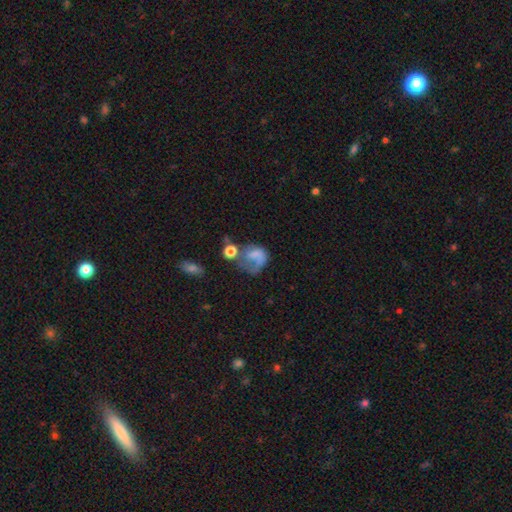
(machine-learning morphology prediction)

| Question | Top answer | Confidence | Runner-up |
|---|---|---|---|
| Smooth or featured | smooth | 55% | featured or disk (33%) |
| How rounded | round | 51% | in between (47%) |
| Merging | major disturbance | 45% | none (21%) |